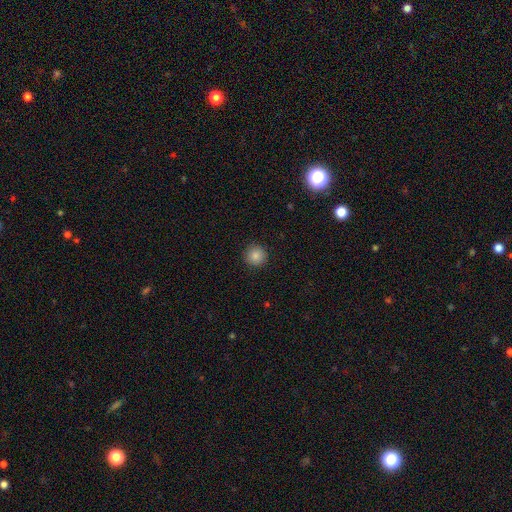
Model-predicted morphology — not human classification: smooth_or_featured: smooth (p=0.86) [alt: star or artifact p=0.10]
how_rounded: round (p=0.95) [alt: in between p=0.04]
merging: none (p=0.92) [alt: minor disturbance p=0.05]